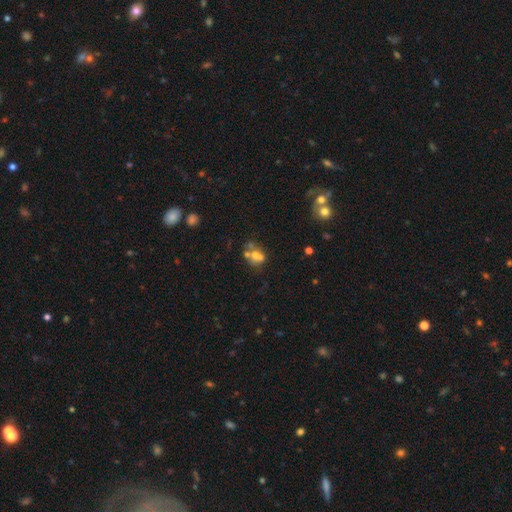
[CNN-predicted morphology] Q: Smooth or featured?
A: smooth (53%); runner-up: featured or disk (31%)
Q: How rounded?
A: round (62%); runner-up: in between (37%)
Q: Merging?
A: merger (49%); runner-up: none (33%)